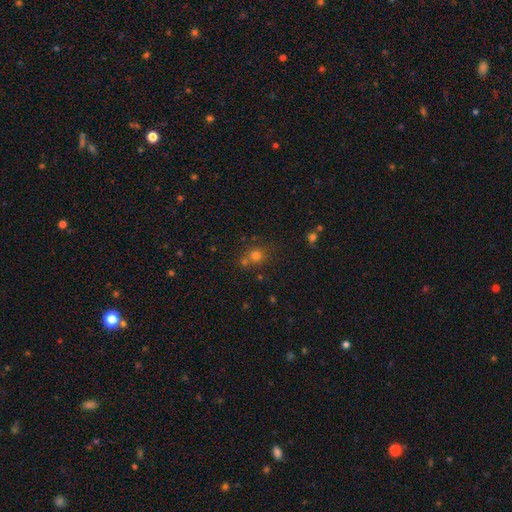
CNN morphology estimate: Smooth or featured?
  - smooth: 63% *
  - star or artifact: 27%
  - featured or disk: 10%
How rounded?
  - round: 82% *
  - in between: 17%
  - cigar-shaped: 1%
Merging?
  - none: 65% *
  - merger: 21%
  - minor disturbance: 10%
  - major disturbance: 4%